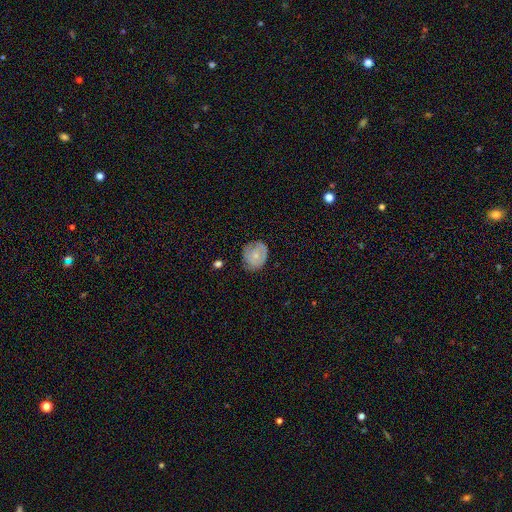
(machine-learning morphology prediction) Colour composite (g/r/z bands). It shows a smooth galaxy with no disk features (57%) that is round (60%). Merging: none (67%).